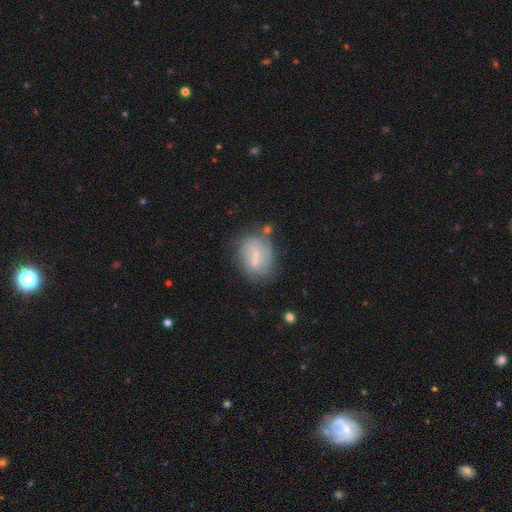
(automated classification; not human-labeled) The model was most divided on "smooth or featured": featured or disk: 47%, smooth: 44%, star or artifact: 9%. More confident: merging — none (52%).